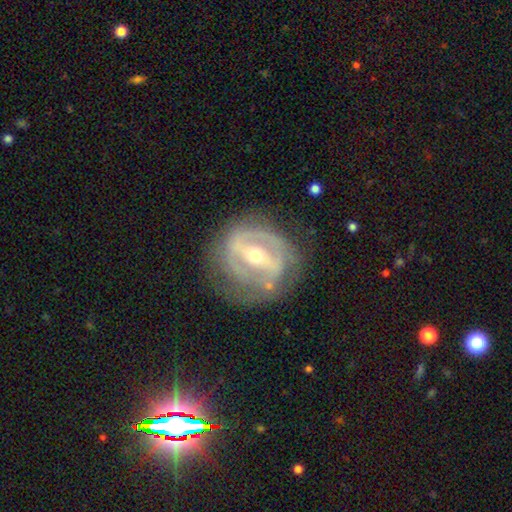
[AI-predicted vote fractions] Overall: featured or disk (82%). Edge-on disk: no (94%). Bar: strong (60%; weak 27%). Spiral arms: yes (65%; no 35%). Bulge size: moderate (49%; small 47%). Merging: none (68%).